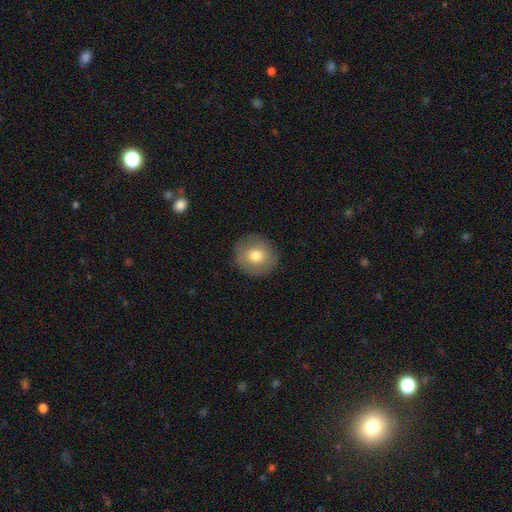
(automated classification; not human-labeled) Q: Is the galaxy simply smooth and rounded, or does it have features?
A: smooth — 74%.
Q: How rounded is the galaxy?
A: round — 89%.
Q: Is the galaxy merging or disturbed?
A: none — 88%.